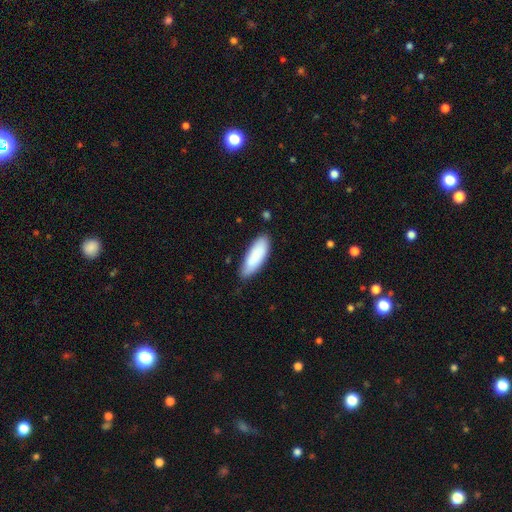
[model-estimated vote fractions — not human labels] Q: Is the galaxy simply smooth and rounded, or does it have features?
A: smooth — 87%.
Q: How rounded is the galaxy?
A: in between — 64%.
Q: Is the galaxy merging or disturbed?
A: none — 80%.